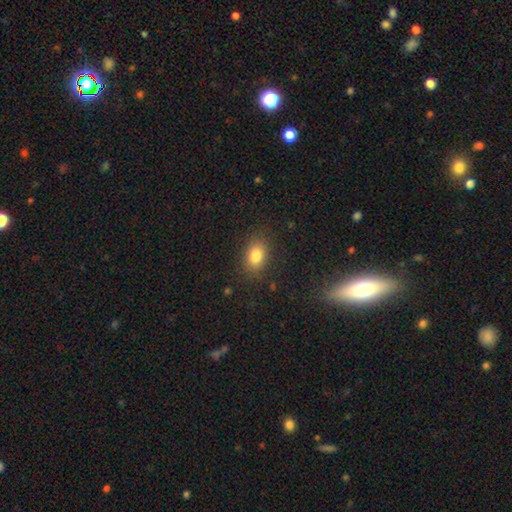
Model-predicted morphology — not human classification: smooth 83%, star or artifact 10%, featured or disk 7%. Down the decision tree: how rounded — in between (78%); merging — none (85%).